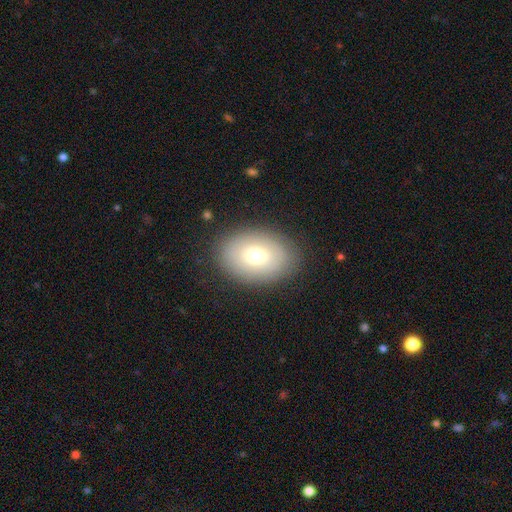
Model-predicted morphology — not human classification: A smooth galaxy with no disk features (69%) that is in between round and cigar-shaped (79%).

Vote fractions:
- Smooth or featured? smooth: 69% / featured or disk: 22% / star or artifact: 9%
- How rounded? in between: 79% / round: 20% / cigar-shaped: 1%
- Merging? none: 84% / minor disturbance: 11% / major disturbance: 4% / merger: 1%